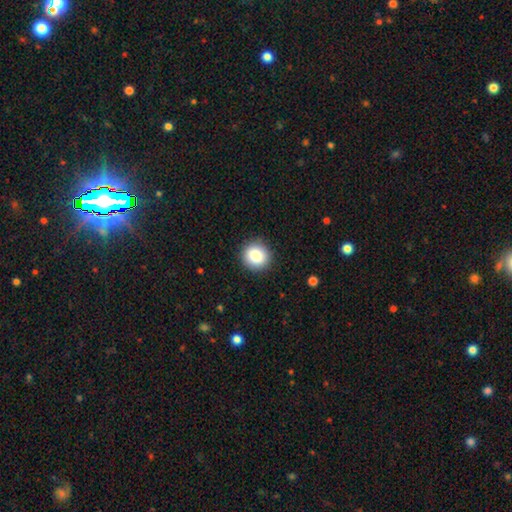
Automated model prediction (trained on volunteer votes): smooth_or_featured: smooth (p=0.86) [alt: star or artifact p=0.09]
how_rounded: round (p=0.91) [alt: in between p=0.09]
merging: none (p=0.91) [alt: minor disturbance p=0.06]